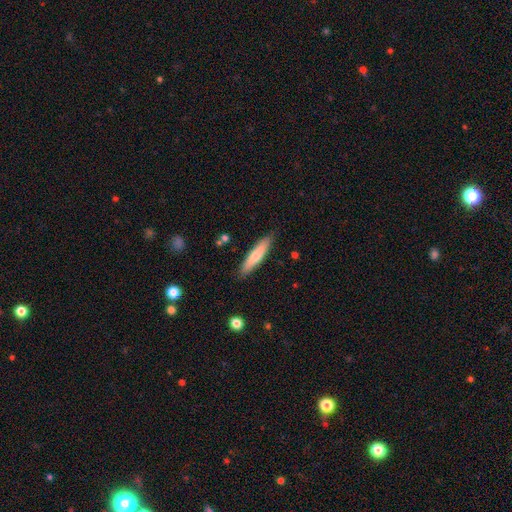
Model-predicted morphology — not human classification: This is likely a smooth galaxy (71%). How rounded: clearly cigar-shaped (84%). Merging: clearly none (88%).